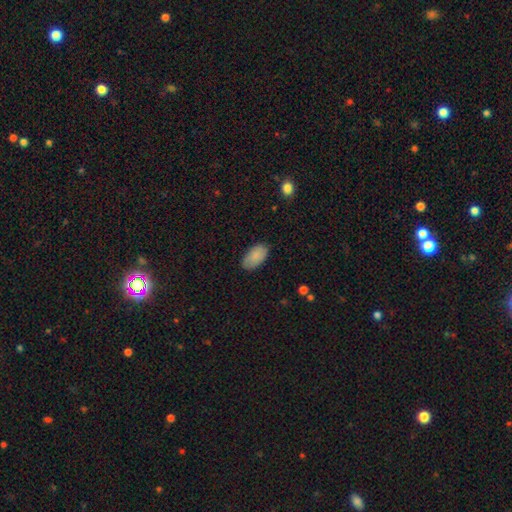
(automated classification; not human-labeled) A smooth galaxy with no disk features (87%) that is in between round and cigar-shaped (95%).

Vote fractions:
- Smooth or featured? smooth: 87% / featured or disk: 7% / star or artifact: 6%
- How rounded? in between: 95% / round: 3% / cigar-shaped: 2%
- Merging? none: 82% / minor disturbance: 14% / major disturbance: 3% / merger: 1%